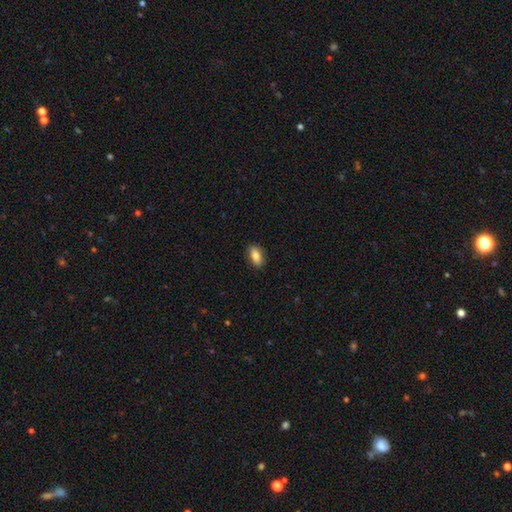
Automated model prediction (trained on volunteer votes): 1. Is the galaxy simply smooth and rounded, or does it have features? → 81% smooth, 12% featured or disk, 7% star or artifact.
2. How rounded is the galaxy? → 88% in between, 8% cigar-shaped, 4% round.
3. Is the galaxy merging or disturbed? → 88% none, 9% minor disturbance, 2% major disturbance, 1% merger.